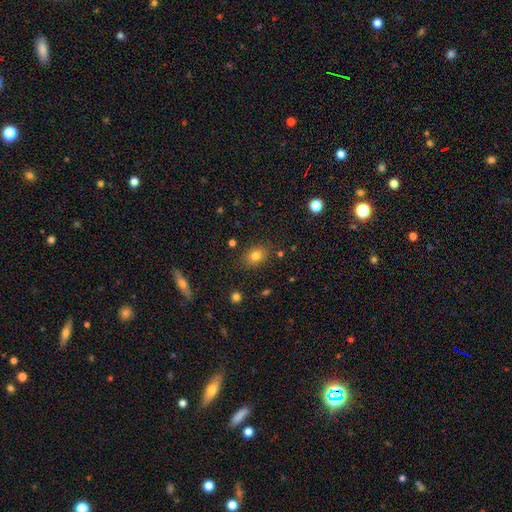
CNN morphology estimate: Smooth or featured? Predicted: smooth (p=0.79). How rounded? Predicted: in between (p=0.64). Merging? Predicted: none (p=0.83).